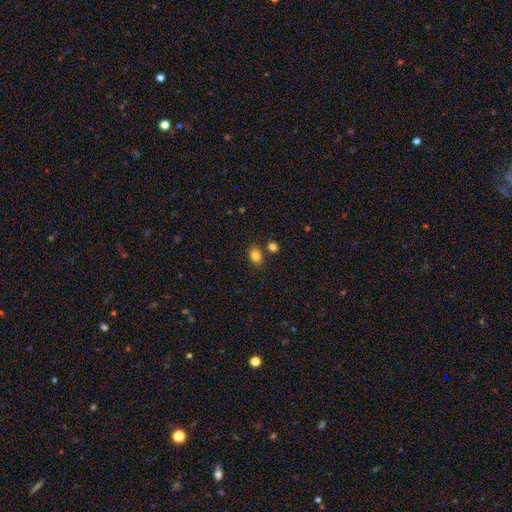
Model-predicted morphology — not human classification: smooth-or-featured: smooth: 83% | star or artifact: 11% | featured or disk: 6%
  how-rounded: in between: 68% | round: 31% | cigar-shaped: 1%
  merging: none: 75% | minor disturbance: 11% | merger: 11% | major disturbance: 3%